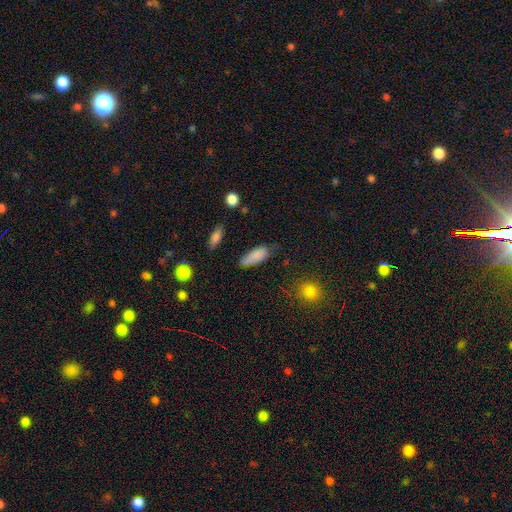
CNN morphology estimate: Overall: smooth (84%). How rounded: in between (82%). Merging: none (62%; minor disturbance 29%).